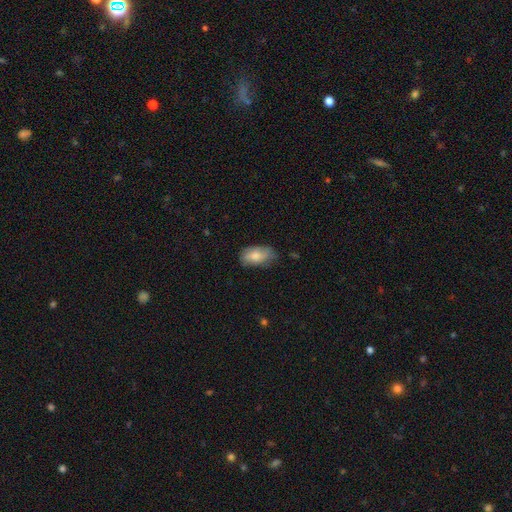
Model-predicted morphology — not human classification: A smooth galaxy with no disk features (75%) that is in between round and cigar-shaped (93%). Merging: none (58%).